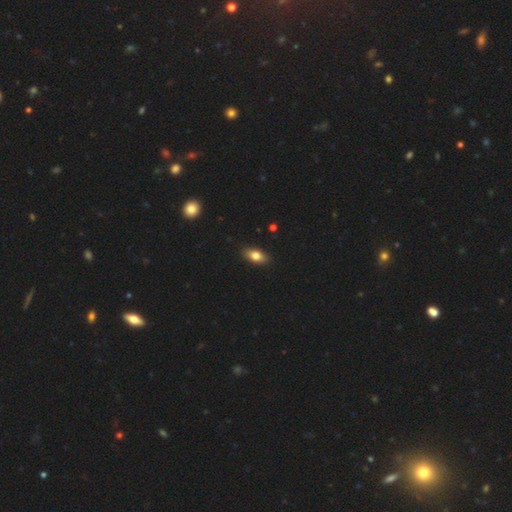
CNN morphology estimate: Smooth or featured: smooth — 77% (featured or disk — 15%)
How rounded: in between — 85% (cigar-shaped — 9%)
Merging: none — 88% (minor disturbance — 9%)